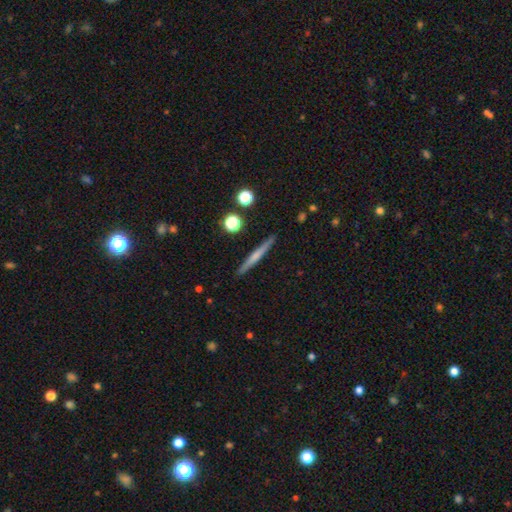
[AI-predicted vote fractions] The model was most divided on "smooth or featured": featured or disk: 49%, smooth: 44%, star or artifact: 7%. More confident: merging — none (91%).